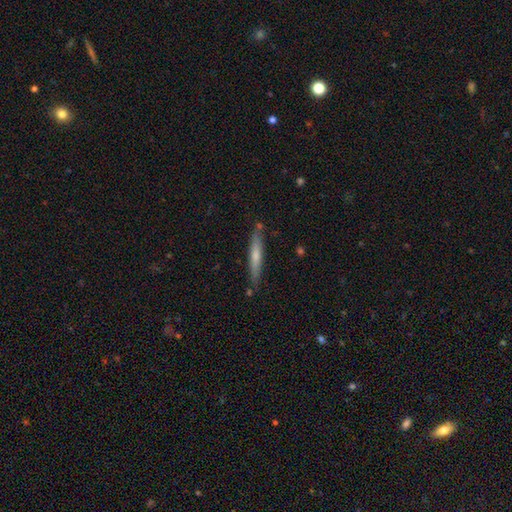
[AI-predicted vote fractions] Smooth or featured? Predicted: smooth (p=0.54). How rounded? Predicted: cigar-shaped (p=0.94). Merging? Predicted: none (p=0.82).